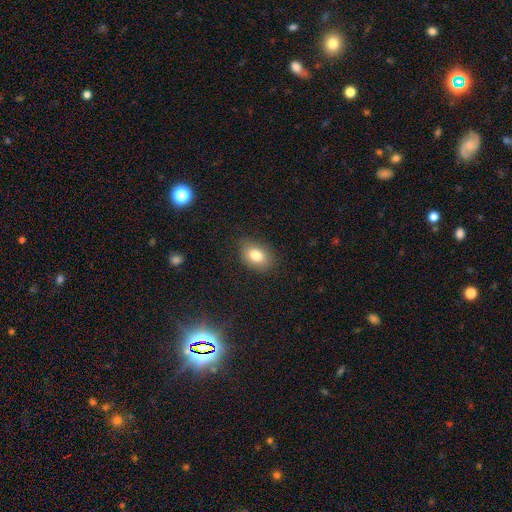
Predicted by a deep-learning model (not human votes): Q: Smooth or featured?
A: smooth (81%); runner-up: featured or disk (10%)
Q: How rounded?
A: in between (79%); runner-up: round (19%)
Q: Merging?
A: none (83%); runner-up: minor disturbance (13%)